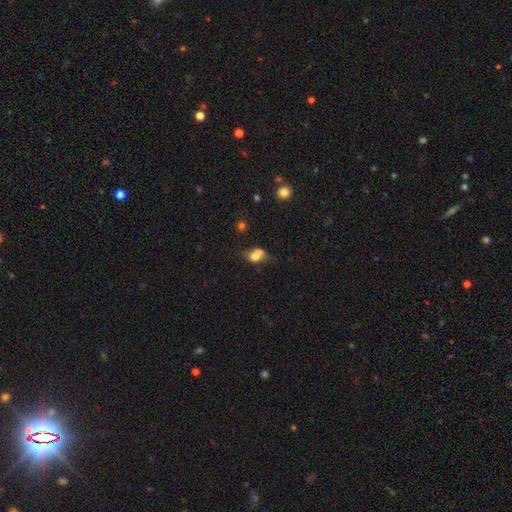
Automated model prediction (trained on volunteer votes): Smooth or featured?
  - smooth: 69% *
  - featured or disk: 20%
  - star or artifact: 11%
How rounded?
  - in between: 55% *
  - round: 42%
  - cigar-shaped: 3%
Merging?
  - none: 38% *
  - merger: 34%
  - minor disturbance: 20%
  - major disturbance: 9%